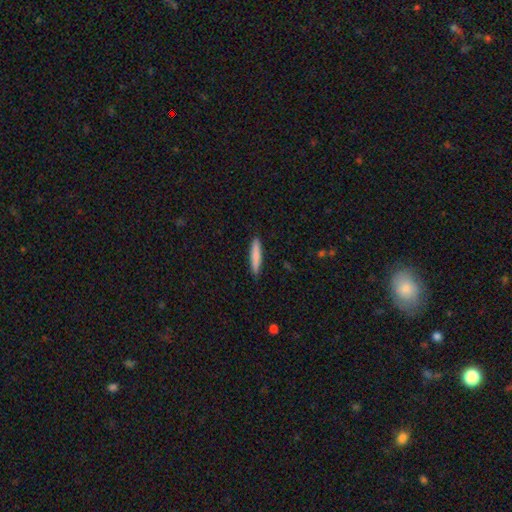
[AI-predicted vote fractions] Smooth or featured? smooth (81%)
How rounded? cigar-shaped (89%)
Merging? none (88%)